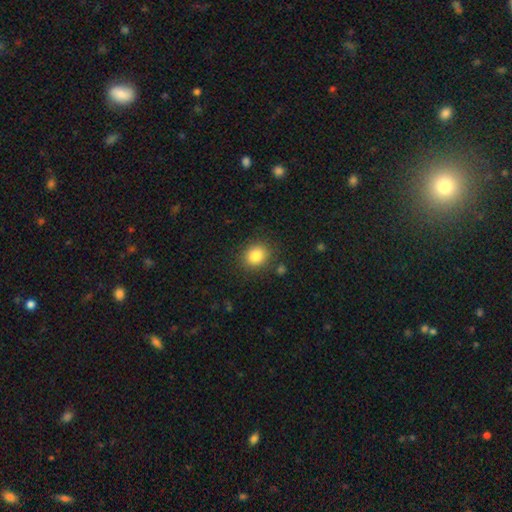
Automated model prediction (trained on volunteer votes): Overall: smooth (84%). How rounded: round (71%). Merging: none (86%).